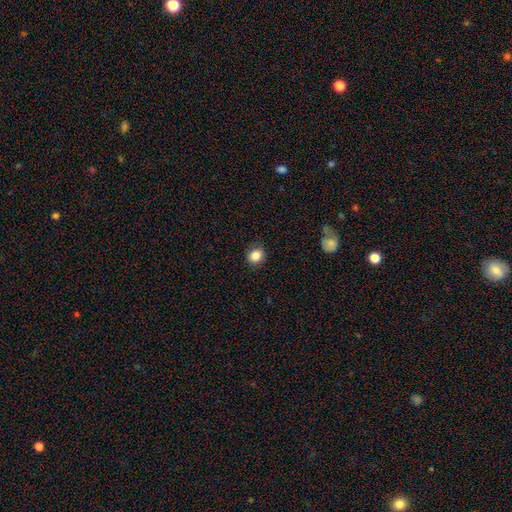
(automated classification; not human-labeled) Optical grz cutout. It shows a smooth galaxy with no disk features (85%) that is round (74%). Merging: none (84%).